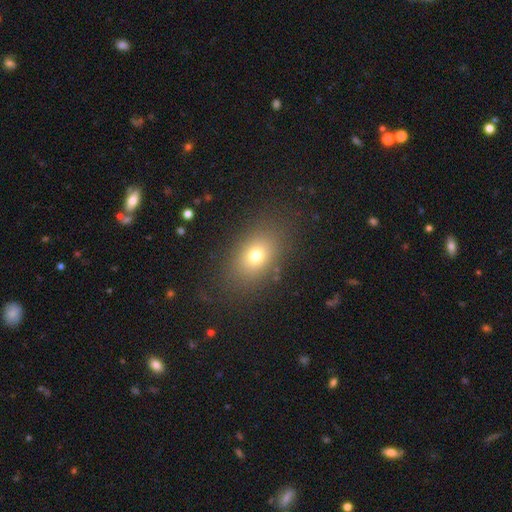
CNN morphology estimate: Smooth or featured? smooth (72%)
How rounded? in between (73%)
Merging? none (82%)